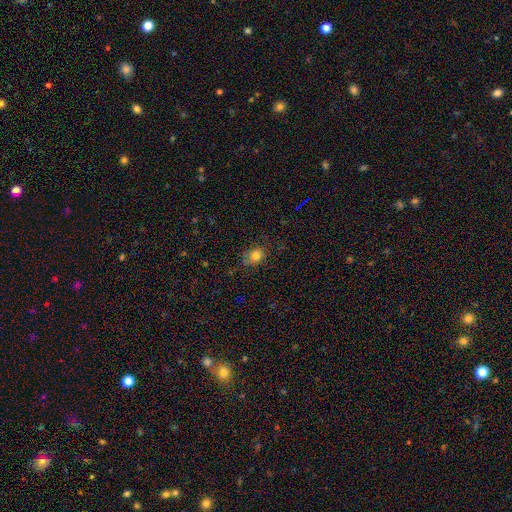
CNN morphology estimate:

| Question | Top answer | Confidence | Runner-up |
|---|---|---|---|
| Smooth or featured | smooth | 80% | star or artifact (13%) |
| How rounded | round | 58% | in between (41%) |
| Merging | none | 73% | minor disturbance (19%) |